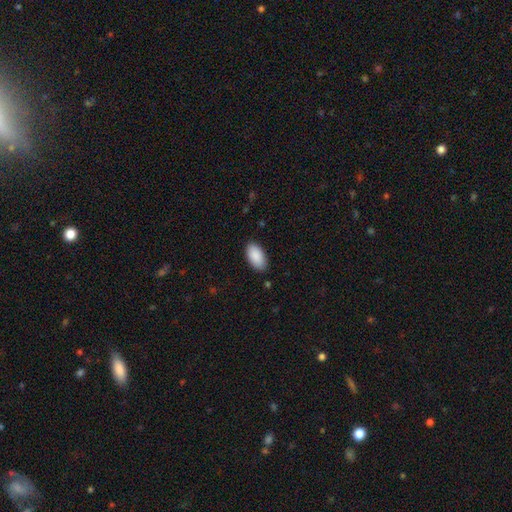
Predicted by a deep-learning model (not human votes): smooth 90%, star or artifact 6%, featured or disk 4%. Down the decision tree: how rounded — in between (96%); merging — none (86%).